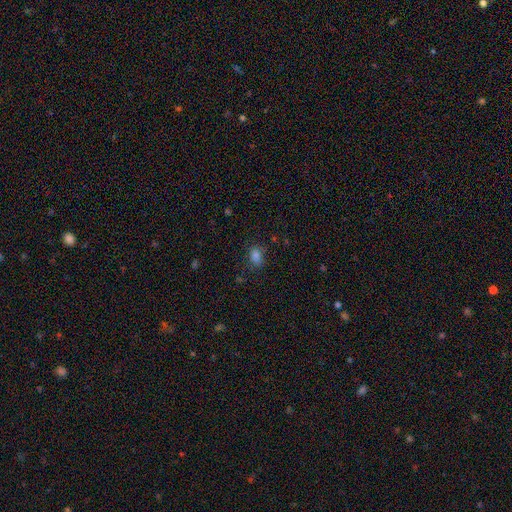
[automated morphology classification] A smooth galaxy with no disk features (80%) that is in between round and cigar-shaped (72%). Merging: none (74%).